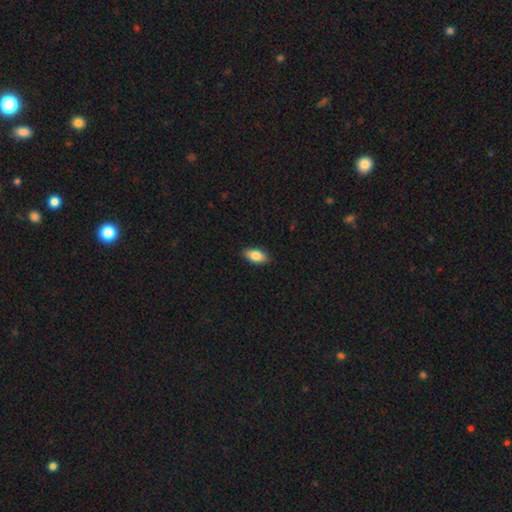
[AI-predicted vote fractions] smooth 84%, featured or disk 9%, star or artifact 7%. Down the decision tree: how rounded — in between (91%); merging — none (89%).